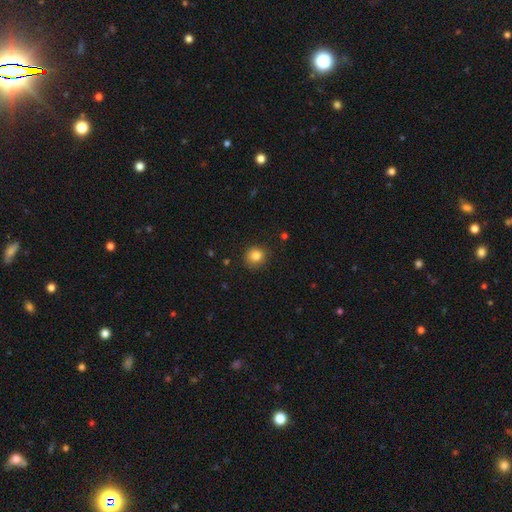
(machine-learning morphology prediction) smooth-or-featured: smooth: 84% | star or artifact: 11% | featured or disk: 5%
  how-rounded: round: 87% | in between: 12% | cigar-shaped: 1%
  merging: none: 83% | minor disturbance: 13% | major disturbance: 3% | merger: 1%